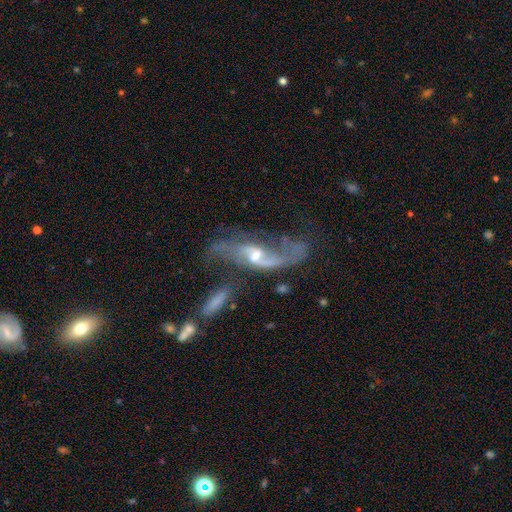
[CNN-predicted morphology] type=featured or disk (86%); edge-on=no (91%); bar=weak (44%); spiral arms=yes (92%); winding=loose (77%); arm count=2 (84%); bulge=moderate (55%); merging=none (43%).